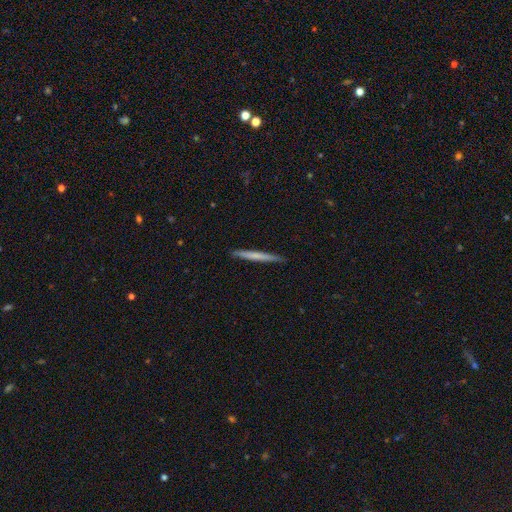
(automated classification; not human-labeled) Smooth or featured? smooth (58%)
How rounded? cigar-shaped (97%)
Merging? none (91%)